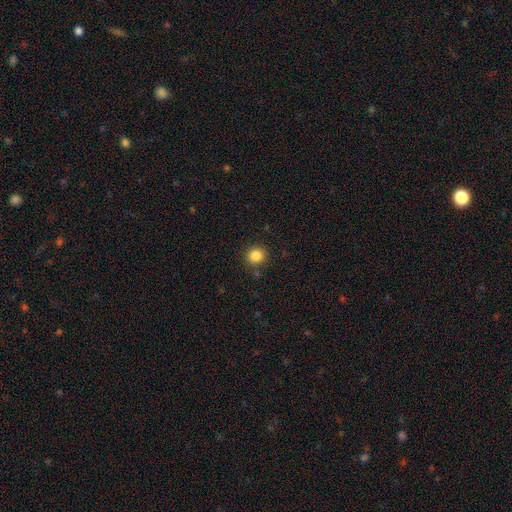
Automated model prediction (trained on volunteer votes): Overall: smooth (85%). How rounded: round (92%). Merging: none (88%).